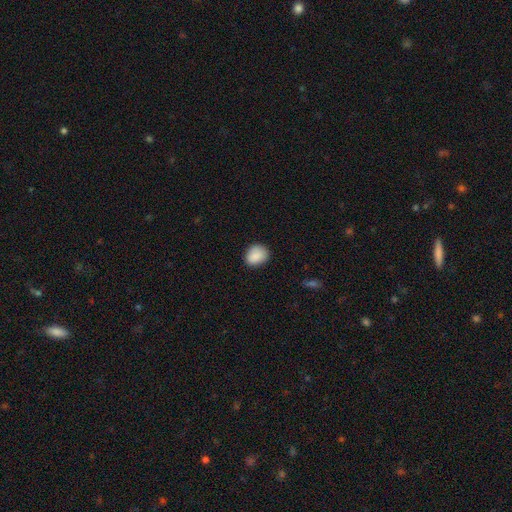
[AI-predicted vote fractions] Overall: smooth (89%). How rounded: round (55%; in between 44%). Merging: none (80%).